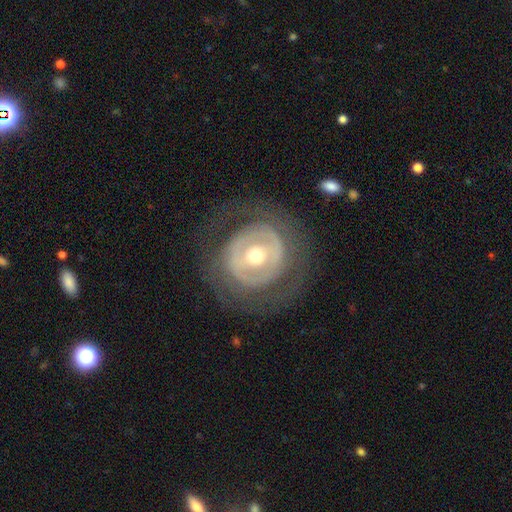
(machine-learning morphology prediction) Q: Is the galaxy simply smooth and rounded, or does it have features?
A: featured or disk — 69%.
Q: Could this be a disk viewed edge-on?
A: no — 95%.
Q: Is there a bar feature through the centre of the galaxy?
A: no — 60%.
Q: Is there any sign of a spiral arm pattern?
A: no — 70%.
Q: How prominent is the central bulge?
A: moderate — 66%.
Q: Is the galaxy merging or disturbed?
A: none — 72%.